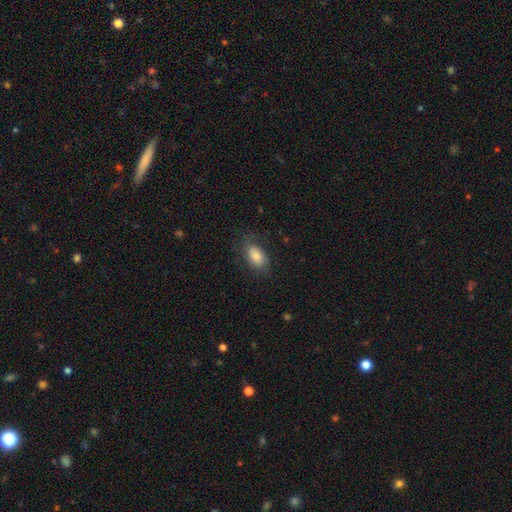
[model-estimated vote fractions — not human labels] Morphology: type=smooth (69%); roundness=in between (90%); merging=none (68%).